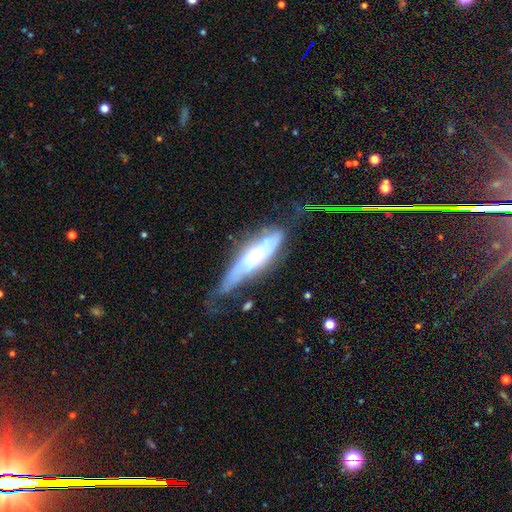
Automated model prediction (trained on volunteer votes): Smooth or featured: featured or disk — 67% (smooth — 26%)
Edge-on disk: no — 63% (yes — 37%)
Merging: none — 45% (minor disturbance — 35%)